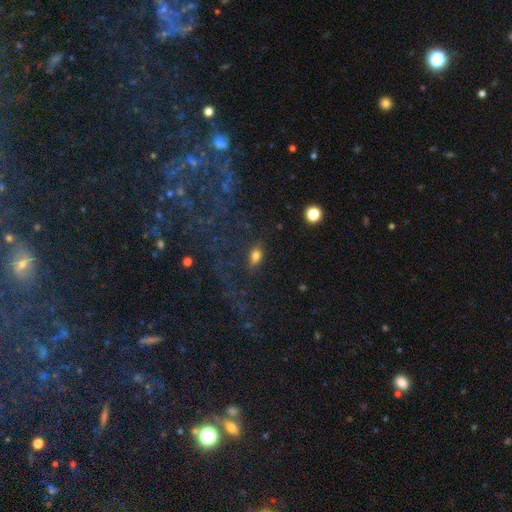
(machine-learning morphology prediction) A smooth galaxy with no disk features (69%) that is in between round and cigar-shaped (74%). Merging: none (69%).